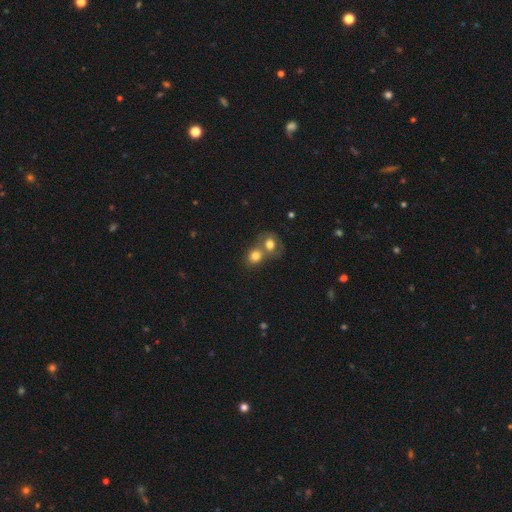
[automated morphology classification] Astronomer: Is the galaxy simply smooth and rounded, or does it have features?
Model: smooth — 76%.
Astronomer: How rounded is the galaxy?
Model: round — 68%.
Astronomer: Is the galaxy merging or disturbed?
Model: merger — 59%.